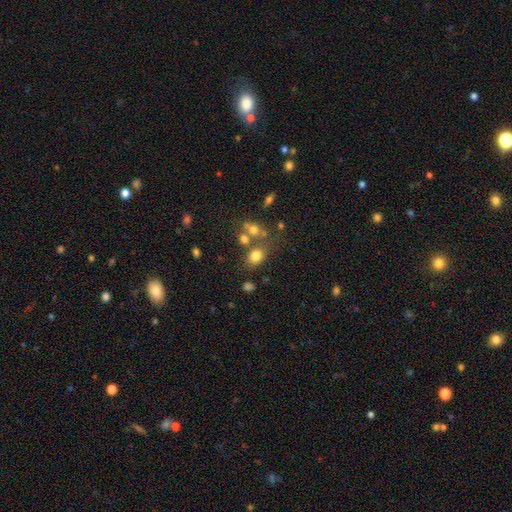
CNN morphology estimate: This is likely a smooth galaxy (75%). How rounded: likely in between (60%). Merging: possibly none (59%).